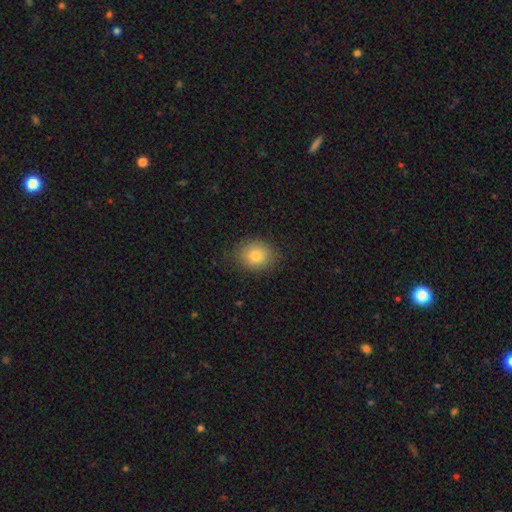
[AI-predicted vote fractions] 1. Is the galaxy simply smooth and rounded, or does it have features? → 81% smooth, 10% star or artifact, 9% featured or disk.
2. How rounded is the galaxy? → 61% round, 38% in between, 1% cigar-shaped.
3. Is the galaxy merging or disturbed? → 84% none, 12% minor disturbance, 3% major disturbance, 1% merger.